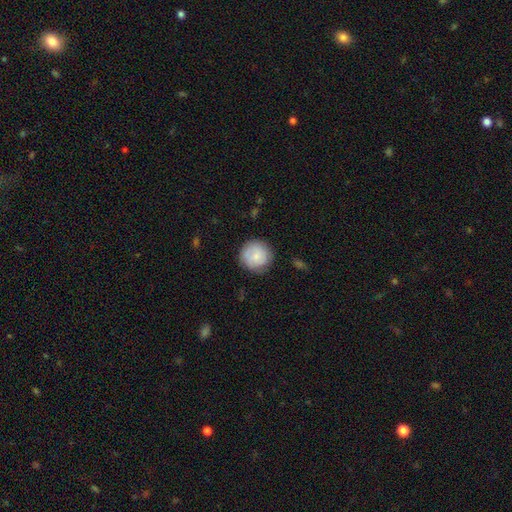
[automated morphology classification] This appears to be a smooth galaxy with no disk features (76%) that is round (94%). Merging: none (83%).